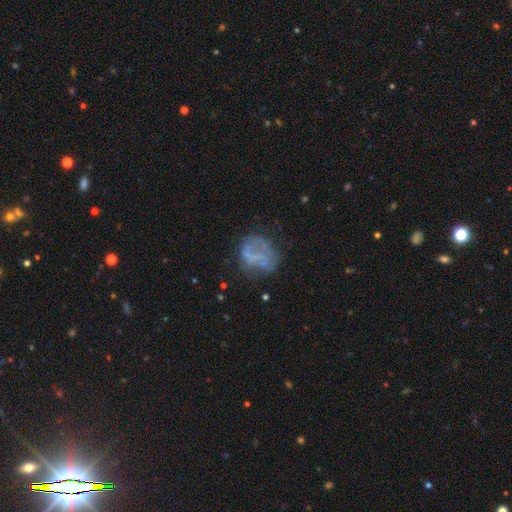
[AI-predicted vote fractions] smooth_or_featured: featured or disk (p=0.45) [alt: smooth p=0.41]
merging: none (p=0.52) [alt: minor disturbance p=0.23]